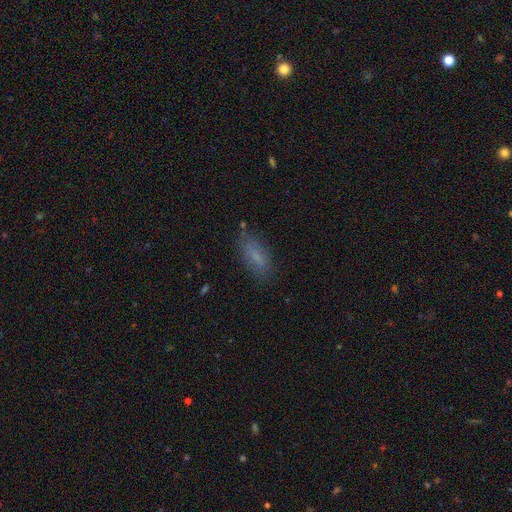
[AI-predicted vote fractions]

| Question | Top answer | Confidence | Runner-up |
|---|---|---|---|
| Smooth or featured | smooth | 74% | featured or disk (16%) |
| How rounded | in between | 73% | cigar-shaped (24%) |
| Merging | none | 77% | minor disturbance (16%) |